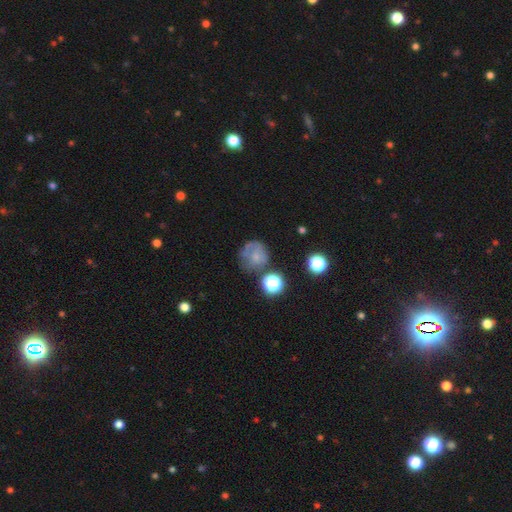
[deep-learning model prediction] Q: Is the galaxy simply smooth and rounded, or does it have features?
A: smooth — 55%.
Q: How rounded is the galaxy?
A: round — 81%.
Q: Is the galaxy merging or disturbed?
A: none — 49%.